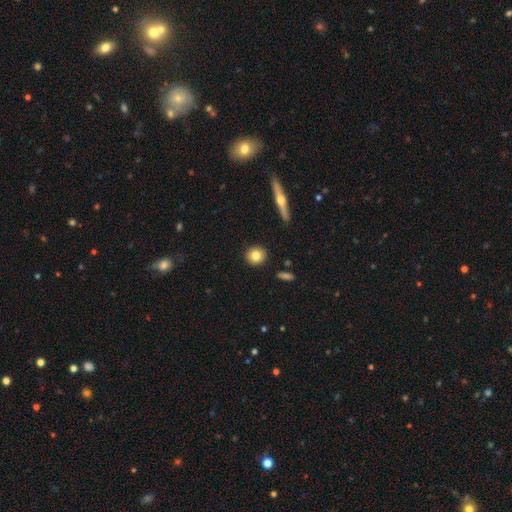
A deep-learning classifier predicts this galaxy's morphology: Smooth or featured?
  - smooth: 81% *
  - featured or disk: 12%
  - star or artifact: 8%
How rounded?
  - round: 88% *
  - in between: 10%
  - cigar-shaped: 2%
Merging?
  - none: 91% *
  - minor disturbance: 5%
  - merger: 2%
  - major disturbance: 2%